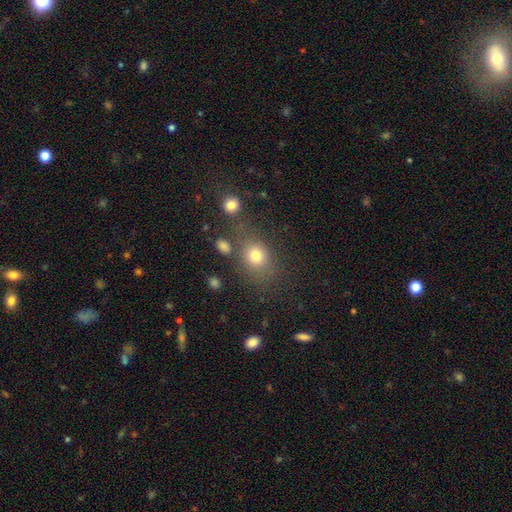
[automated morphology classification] A smooth galaxy with no disk features (76%) that is round (52%). Merging: none (66%).